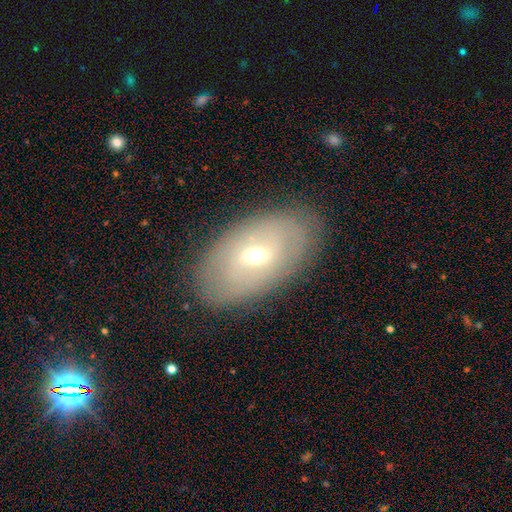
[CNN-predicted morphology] The model was most divided on "smooth or featured": featured or disk: 55%, smooth: 36%, star or artifact: 9%. More confident: edge-on disk — no (88%); merging — none (84%).